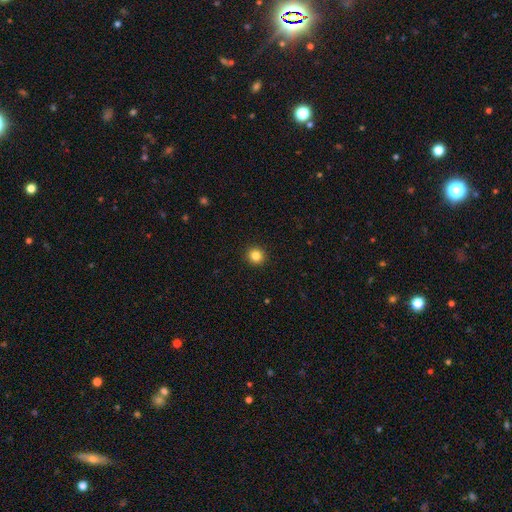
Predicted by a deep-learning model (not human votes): Smooth or featured: smooth — 84% (star or artifact — 11%)
How rounded: round — 94% (in between — 5%)
Merging: none — 93% (minor disturbance — 4%)